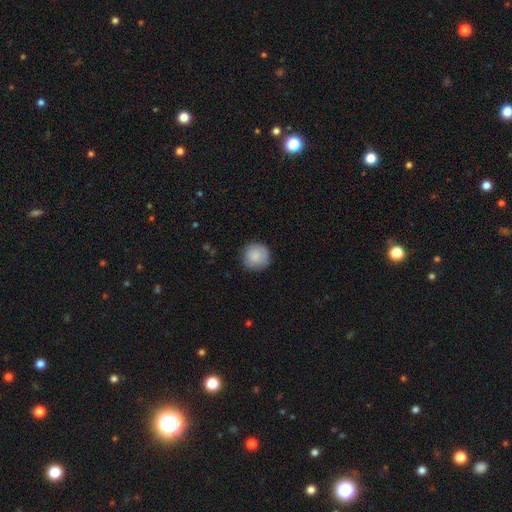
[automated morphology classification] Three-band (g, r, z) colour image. It shows a smooth galaxy with no disk features (85%) that is round (95%). Merging: none (85%).